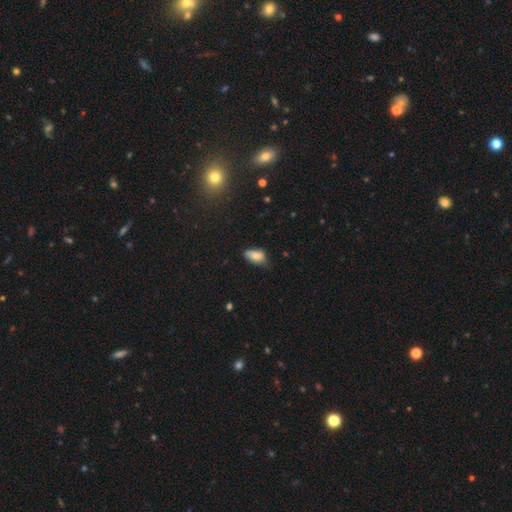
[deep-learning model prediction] smooth_or_featured: smooth (p=0.74) [alt: featured or disk p=0.16]
how_rounded: in between (p=0.90) [alt: round p=0.06]
merging: none (p=0.43) [alt: minor disturbance p=0.42]